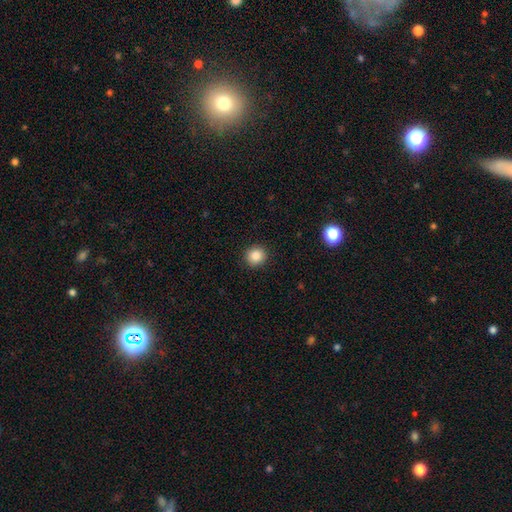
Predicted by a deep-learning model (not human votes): Smooth or featured?
  - smooth: 85% *
  - star or artifact: 10%
  - featured or disk: 5%
How rounded?
  - round: 88% *
  - in between: 11%
  - cigar-shaped: 1%
Merging?
  - none: 92% *
  - minor disturbance: 6%
  - major disturbance: 2%
  - merger: 1%